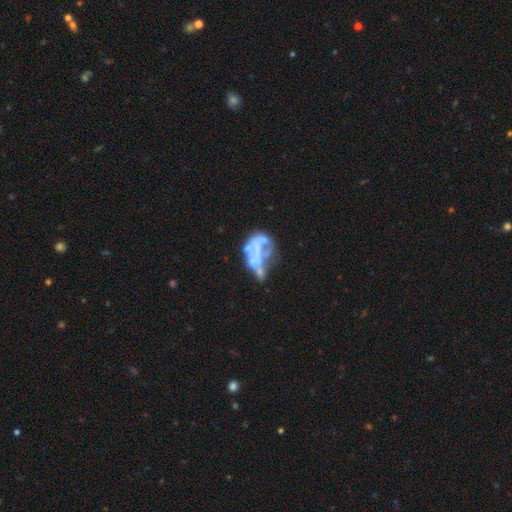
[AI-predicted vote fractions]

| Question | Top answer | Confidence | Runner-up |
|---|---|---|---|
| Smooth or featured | featured or disk | 64% | smooth (24%) |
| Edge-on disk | no | 97% | yes (3%) |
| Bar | no | 88% | weak (8%) |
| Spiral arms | no | 90% | yes (10%) |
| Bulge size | none | 77% | small (11%) |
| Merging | major disturbance | 36% | none (24%) |